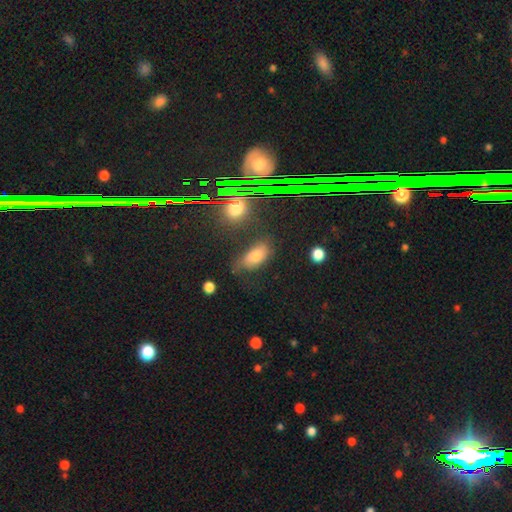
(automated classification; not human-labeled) Smooth or featured?
  - smooth: 65% *
  - featured or disk: 18%
  - star or artifact: 17%
How rounded?
  - in between: 87% *
  - round: 8%
  - cigar-shaped: 5%
Merging?
  - none: 59% *
  - minor disturbance: 25%
  - major disturbance: 11%
  - merger: 4%